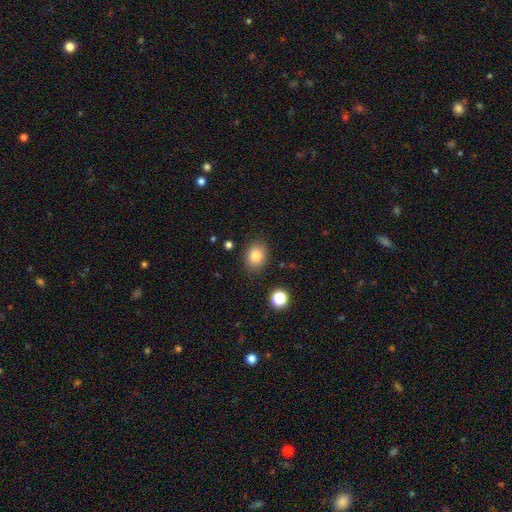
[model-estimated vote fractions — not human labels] A smooth galaxy with no disk features (82%) that is in between round and cigar-shaped (52%).

Vote fractions:
- Smooth or featured? smooth: 82% / star or artifact: 10% / featured or disk: 7%
- How rounded? in between: 52% / round: 47% / cigar-shaped: 1%
- Merging? none: 85% / minor disturbance: 10% / major disturbance: 3% / merger: 2%